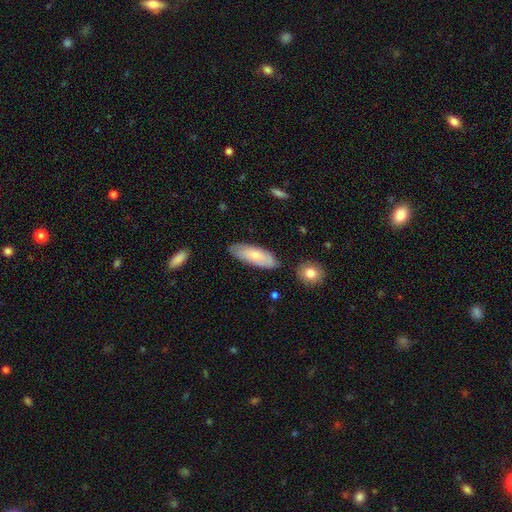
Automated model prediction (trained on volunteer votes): Overall: smooth (67%). How rounded: in between (69%). Merging: none (77%).